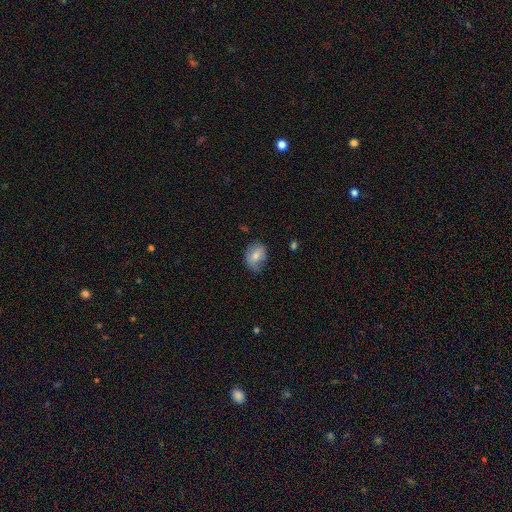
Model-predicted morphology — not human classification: smooth_or_featured: smooth (p=0.72) [alt: featured or disk p=0.20]
how_rounded: in between (p=0.69) [alt: round p=0.30]
merging: none (p=0.62) [alt: minor disturbance p=0.30]